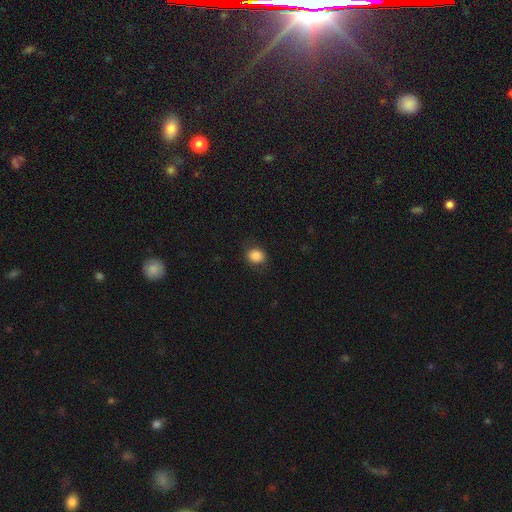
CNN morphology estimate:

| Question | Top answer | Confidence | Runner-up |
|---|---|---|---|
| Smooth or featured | smooth | 87% | star or artifact (9%) |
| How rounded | round | 54% | in between (45%) |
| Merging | none | 82% | minor disturbance (13%) |